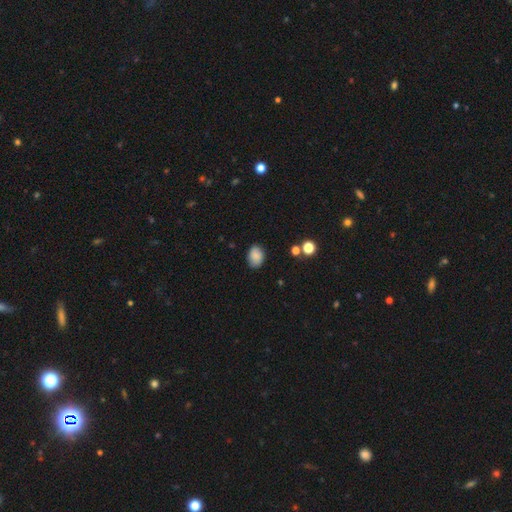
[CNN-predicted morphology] The model was most divided on "how rounded": in between: 73%, round: 26%, cigar-shaped: 1%. More confident: smooth or featured — smooth (85%); merging — none (80%).